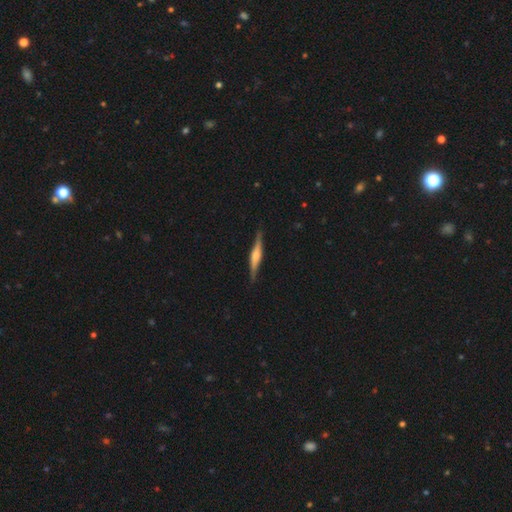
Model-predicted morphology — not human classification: featured or disk 68%, smooth 26%, star or artifact 6%. Down the decision tree: edge-on disk — yes (97%); edge-on bulge — rounded (72%); merging — none (87%).